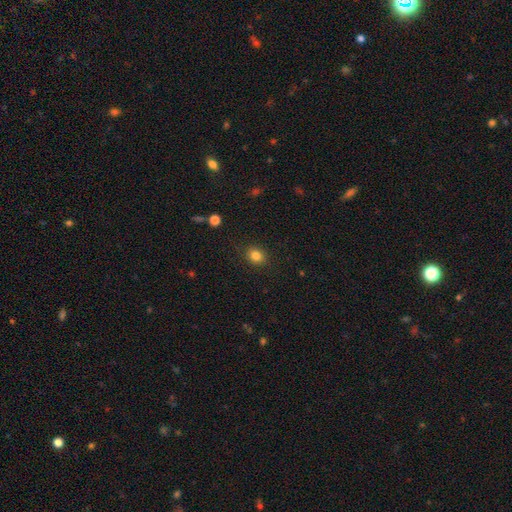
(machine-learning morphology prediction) Smooth or featured? Predicted: smooth (p=0.83). How rounded? Predicted: round (p=0.64). Merging? Predicted: none (p=0.88).